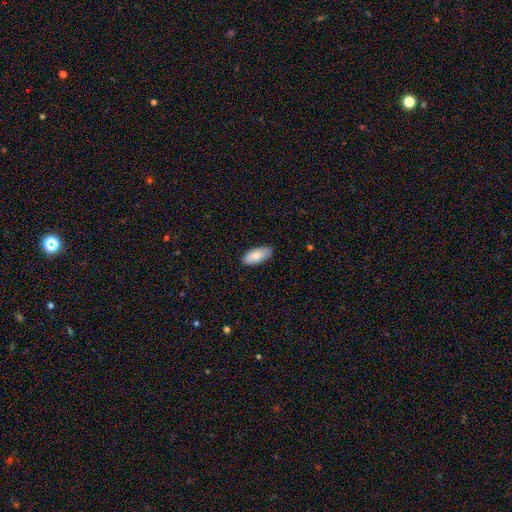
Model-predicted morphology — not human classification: type=smooth (84%); roundness=in between (90%); merging=none (87%).